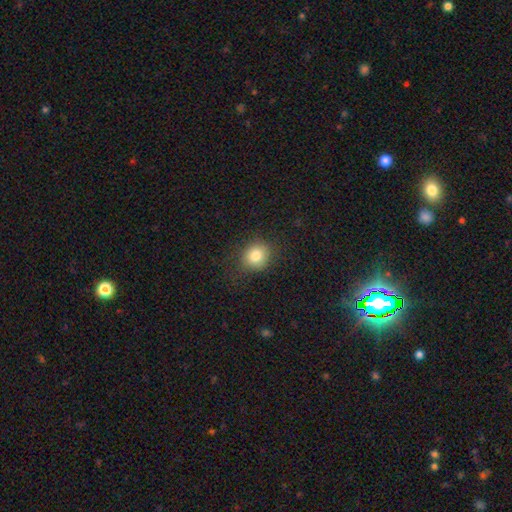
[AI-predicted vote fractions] Smooth or featured?
  - smooth: 82% *
  - star or artifact: 11%
  - featured or disk: 7%
How rounded?
  - round: 74% *
  - in between: 26%
  - cigar-shaped: 1%
Merging?
  - none: 82% *
  - minor disturbance: 12%
  - major disturbance: 4%
  - merger: 1%